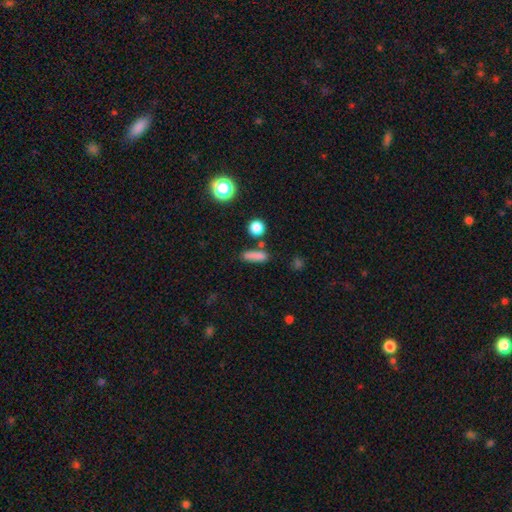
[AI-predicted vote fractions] Overall: smooth (80%). How rounded: cigar-shaped (57%; in between 33%). Merging: none (74%).